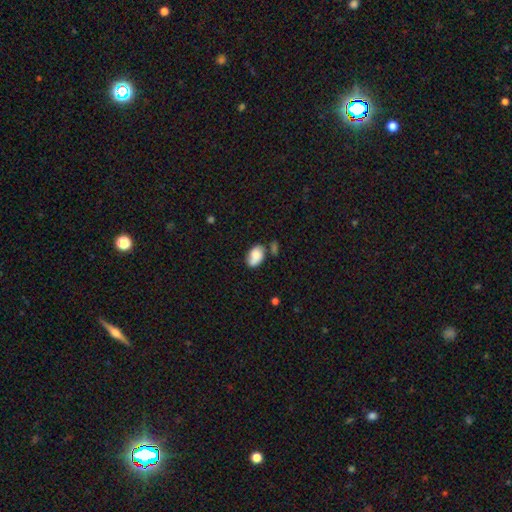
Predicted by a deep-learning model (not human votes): Q: Smooth or featured?
A: smooth (80%); runner-up: featured or disk (12%)
Q: How rounded?
A: in between (90%); runner-up: round (9%)
Q: Merging?
A: none (54%); runner-up: minor disturbance (25%)